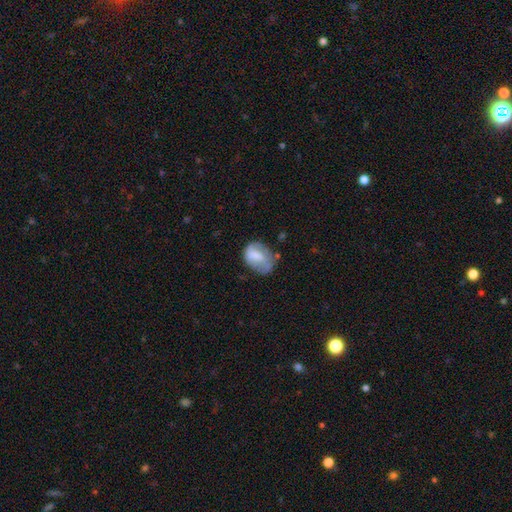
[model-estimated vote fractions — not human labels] Smooth or featured? smooth (61%)
How rounded? in between (72%)
Merging? none (43%)